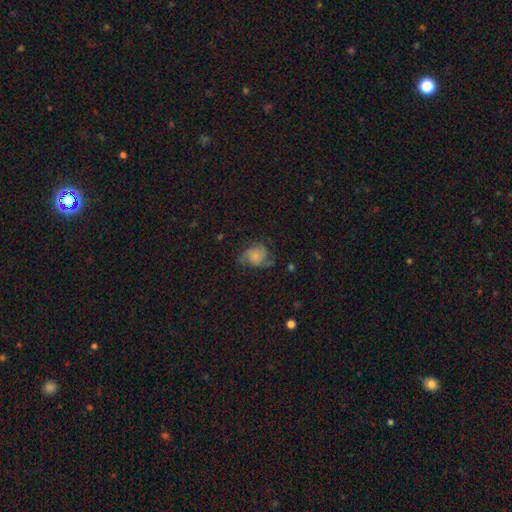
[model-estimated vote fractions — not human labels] Smooth or featured? Predicted: featured or disk (p=0.59). Edge-on disk? Predicted: no (p=0.98). Bar? Predicted: no (p=0.78). Spiral arms? Predicted: yes (p=0.90). Spiral winding? Predicted: medium (p=0.45). Spiral arm count? Predicted: 3 (p=0.41). Bulge size? Predicted: small (p=0.48). Merging? Predicted: none (p=0.56).